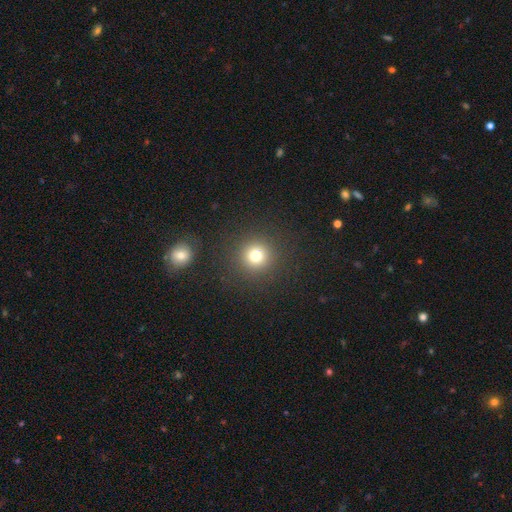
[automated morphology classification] smooth 76%, star or artifact 16%, featured or disk 8%. Down the decision tree: how rounded — round (94%); merging — none (89%).